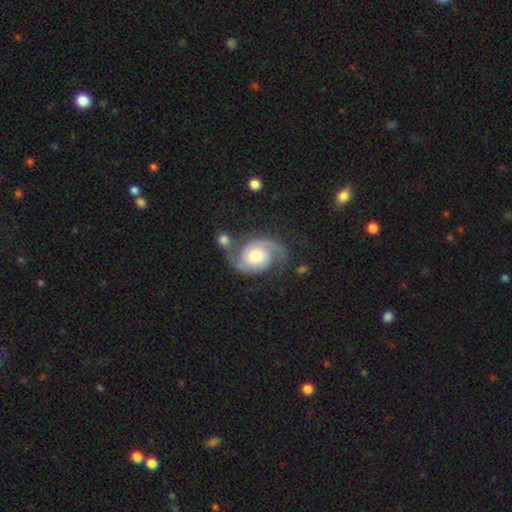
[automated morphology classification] featured or disk 88%, smooth 7%, star or artifact 5%. Down the decision tree: edge-on disk — no (98%); bar — no (68%); spiral arms — yes (97%); spiral arm count — 2 (93%); spiral winding — medium (53%); bulge size — moderate (58%); merging — none (62%).